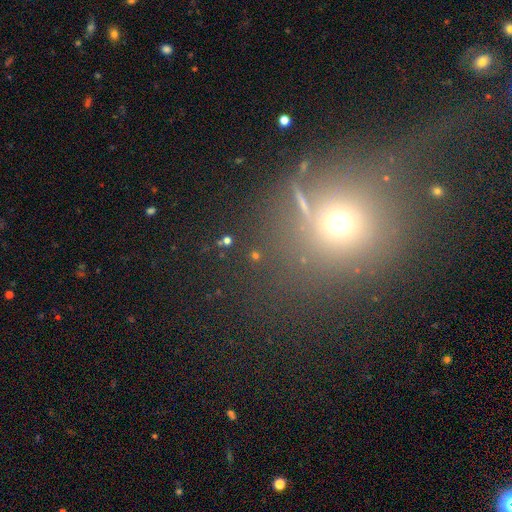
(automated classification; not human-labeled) A star or artifact, not a galaxy (47%).

Vote fractions:
- Smooth or featured? star or artifact: 47% / smooth: 42% / featured or disk: 12%